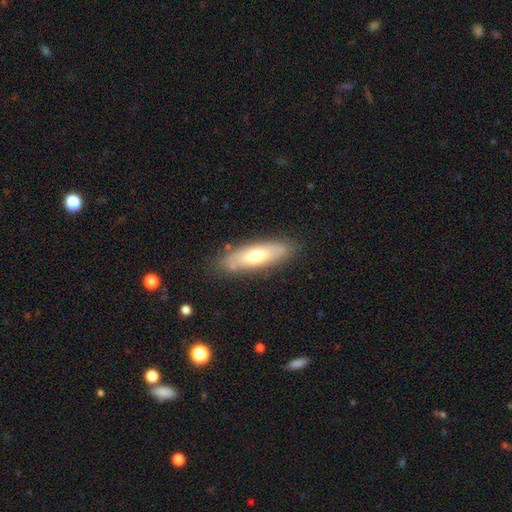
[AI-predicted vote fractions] This is likely a smooth galaxy (60%). How rounded: possibly in between (52%). Merging: clearly none (83%).